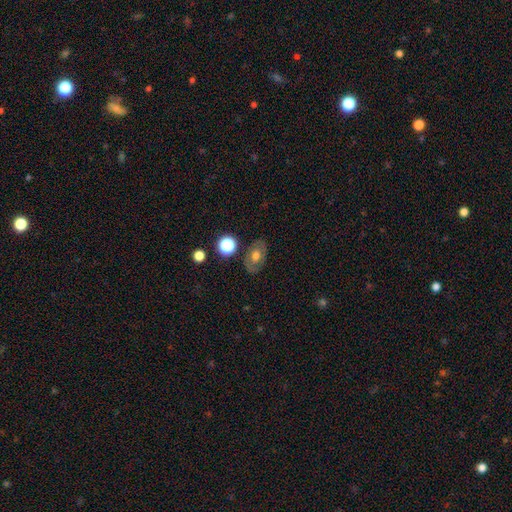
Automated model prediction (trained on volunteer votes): A smooth galaxy with no disk features (54%) that is in between round and cigar-shaped (78%).

Vote fractions:
- Smooth or featured? smooth: 54% / featured or disk: 35% / star or artifact: 11%
- How rounded? in between: 78% / round: 20% / cigar-shaped: 2%
- Merging? none: 80% / minor disturbance: 13% / major disturbance: 4% / merger: 3%